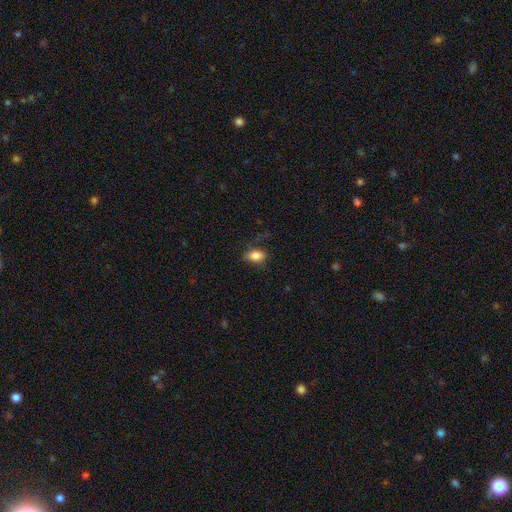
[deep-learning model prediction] Smooth or featured: smooth — 84% (star or artifact — 9%)
How rounded: in between — 84% (round — 14%)
Merging: none — 74% (minor disturbance — 18%)